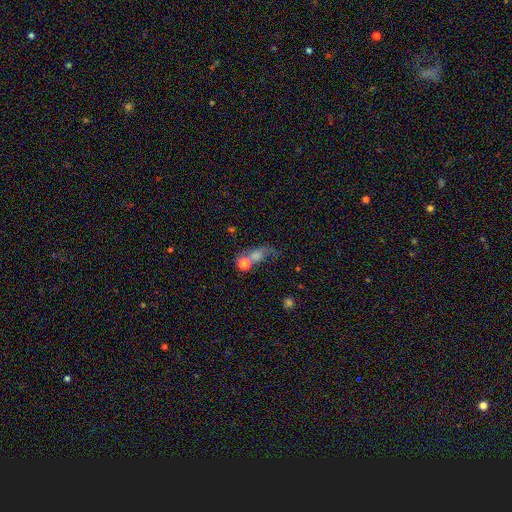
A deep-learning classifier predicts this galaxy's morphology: smooth_or_featured: smooth (p=0.51) [alt: featured or disk p=0.27]
how_rounded: round (p=0.55) [alt: in between p=0.40]
merging: merger (p=0.37) [alt: none p=0.27]